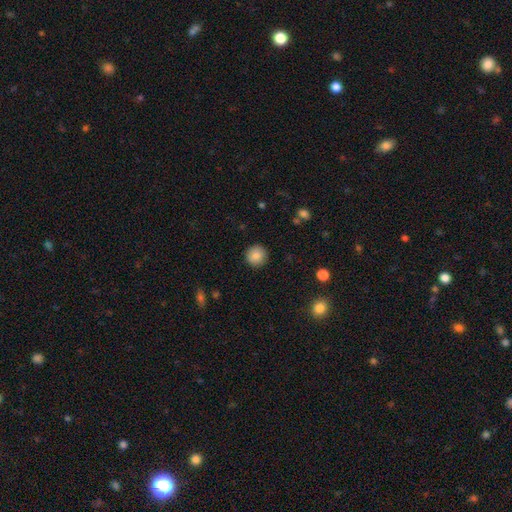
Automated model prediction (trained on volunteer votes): A smooth galaxy with no disk features (85%) that is round (94%).

Vote fractions:
- Smooth or featured? smooth: 85% / star or artifact: 9% / featured or disk: 6%
- How rounded? round: 94% / in between: 5% / cigar-shaped: 1%
- Merging? none: 91% / minor disturbance: 6% / major disturbance: 2% / merger: 1%